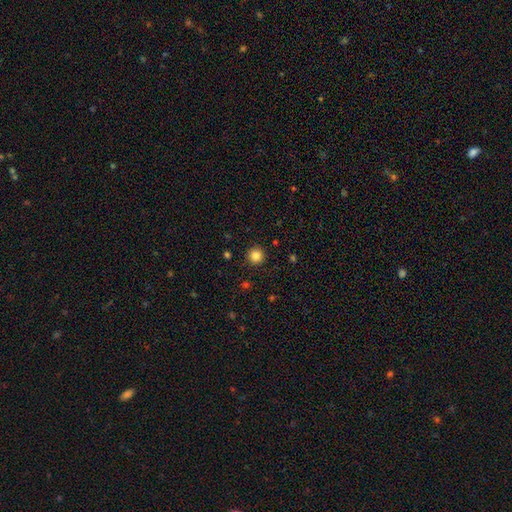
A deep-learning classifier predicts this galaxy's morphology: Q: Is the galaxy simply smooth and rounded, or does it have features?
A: smooth — 85%.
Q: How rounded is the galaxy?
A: round — 95%.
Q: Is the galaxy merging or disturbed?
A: none — 92%.